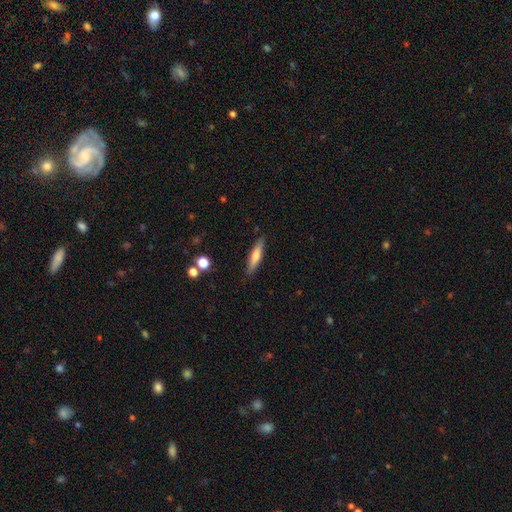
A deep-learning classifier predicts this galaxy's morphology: A smooth galaxy with no disk features (61%) that is cigar-shaped (82%).

Vote fractions:
- Smooth or featured? smooth: 61% / featured or disk: 33% / star or artifact: 7%
- How rounded? cigar-shaped: 82% / in between: 16% / round: 2%
- Merging? none: 86% / minor disturbance: 10% / major disturbance: 2% / merger: 2%